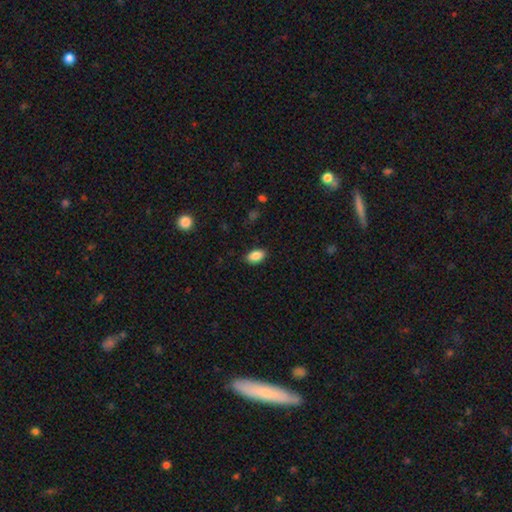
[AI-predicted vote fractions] The model was most divided on "merging": none: 87%, minor disturbance: 10%, major disturbance: 2%, merger: 1%. More confident: how rounded — in between (91%); smooth or featured — smooth (87%).